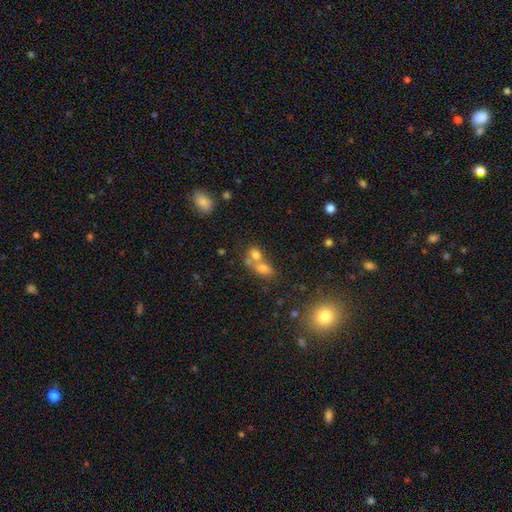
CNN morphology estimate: type=smooth (70%); roundness=in between (64%); merging=merger (61%).